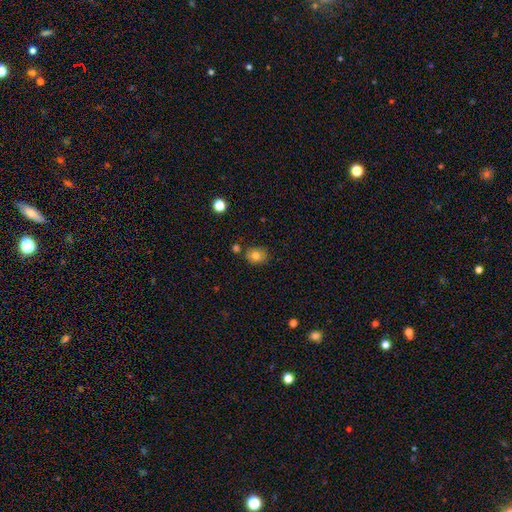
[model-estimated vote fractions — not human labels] Morphology: type=smooth (78%); roundness=round (56%); merging=none (76%).